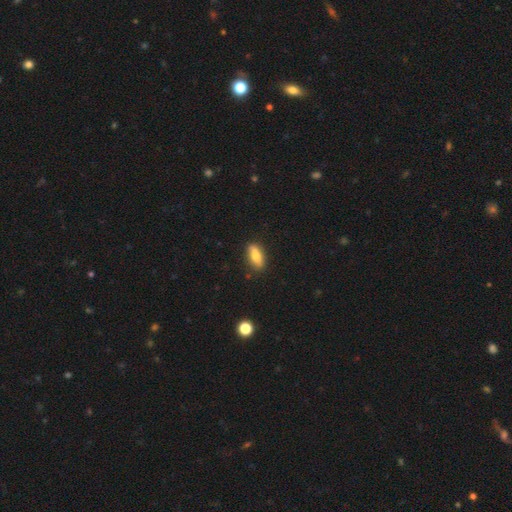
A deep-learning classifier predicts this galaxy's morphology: A smooth galaxy with no disk features (69%) that is in between round and cigar-shaped (72%). Merging: none (80%).